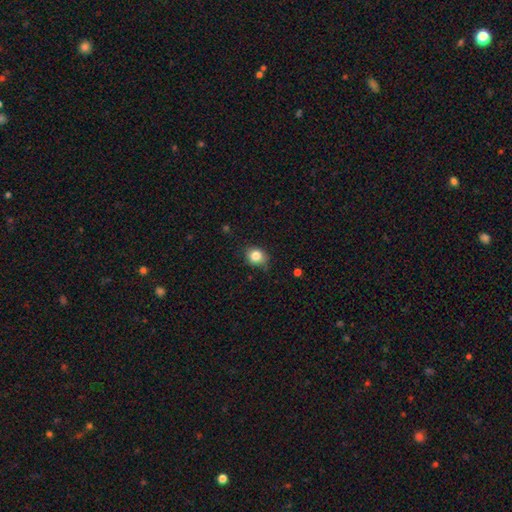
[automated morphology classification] Smooth or featured? Predicted: smooth (p=0.83). How rounded? Predicted: round (p=0.65). Merging? Predicted: none (p=0.67).